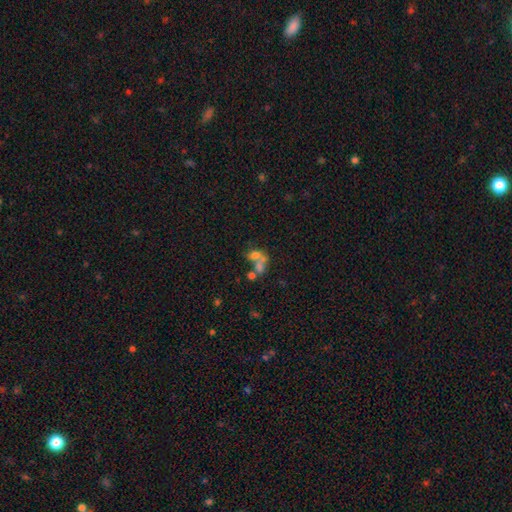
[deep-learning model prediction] smooth 53%, featured or disk 31%, star or artifact 16%. Down the decision tree: how rounded — in between (68%); merging — merger (59%).